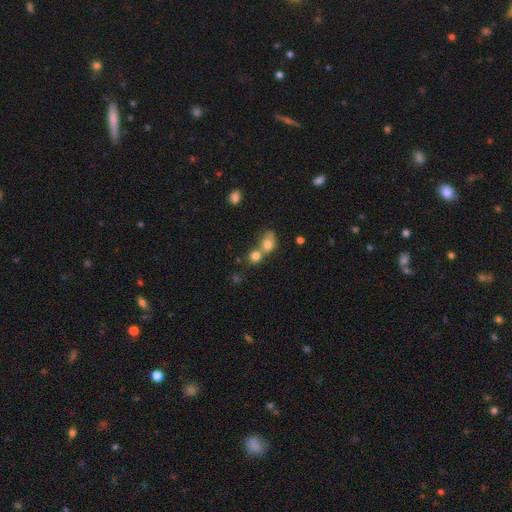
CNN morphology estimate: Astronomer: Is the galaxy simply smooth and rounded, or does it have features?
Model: smooth — 77%.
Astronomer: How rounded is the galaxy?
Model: round — 72%.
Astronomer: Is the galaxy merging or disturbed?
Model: merger — 56% (runner-up: none, 34%).